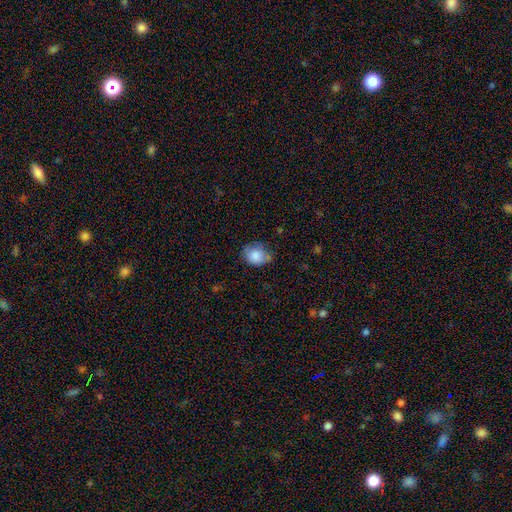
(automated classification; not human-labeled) Smooth or featured? Predicted: smooth (p=0.81). How rounded? Predicted: round (p=0.55). Merging? Predicted: none (p=0.57).